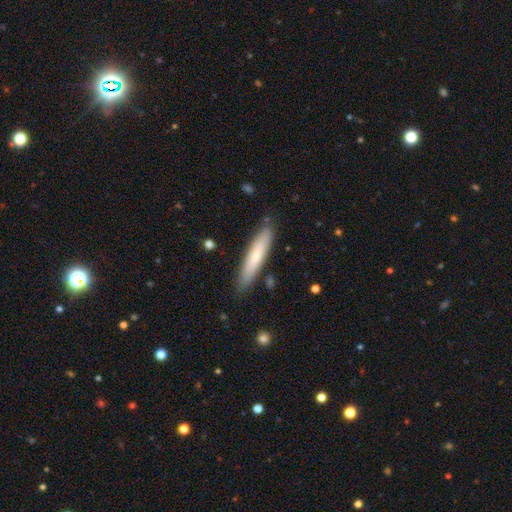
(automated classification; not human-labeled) Smooth or featured? smooth (69%)
How rounded? cigar-shaped (88%)
Merging? none (85%)